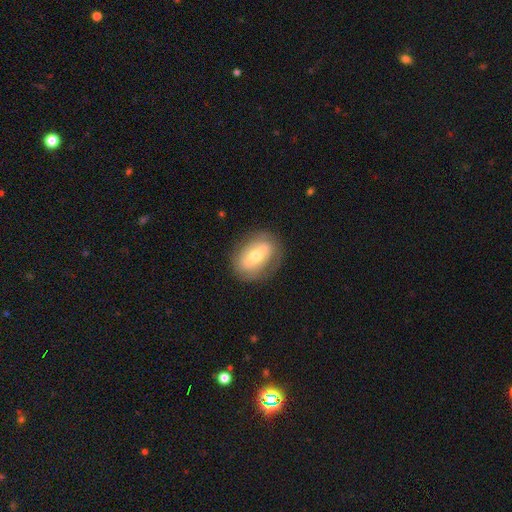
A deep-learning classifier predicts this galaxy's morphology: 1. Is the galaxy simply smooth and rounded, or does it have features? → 49% featured or disk, 44% smooth, 7% star or artifact.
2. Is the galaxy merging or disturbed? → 81% none, 13% minor disturbance, 5% major disturbance, 1% merger.